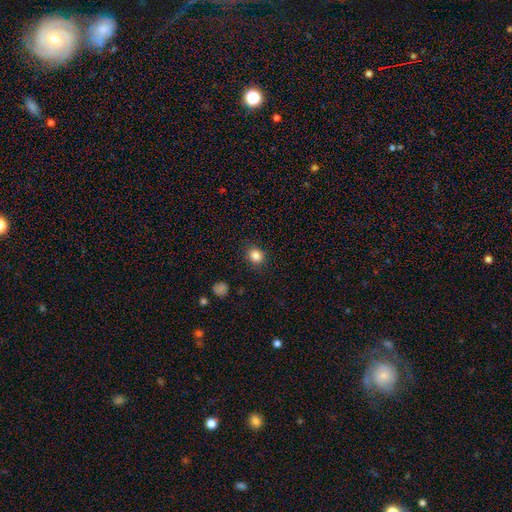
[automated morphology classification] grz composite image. It shows a smooth galaxy with no disk features (85%) that is round (70%). Merging: none (87%).